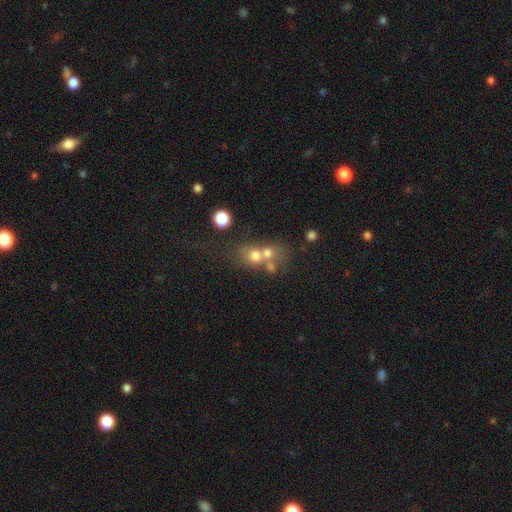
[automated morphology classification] type=smooth (61%); roundness=round (71%); merging=merger (57%).